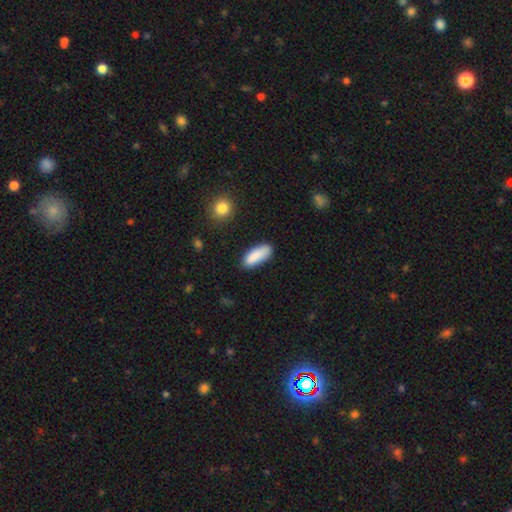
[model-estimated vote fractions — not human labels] Overall: smooth (87%). How rounded: in between (69%). Merging: none (80%).